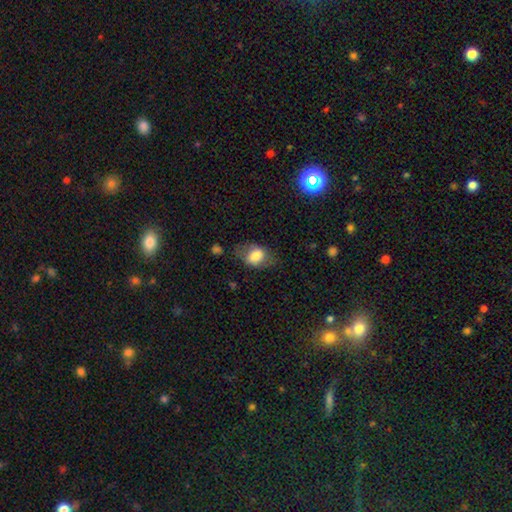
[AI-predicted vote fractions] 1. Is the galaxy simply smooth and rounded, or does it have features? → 72% smooth, 20% featured or disk, 8% star or artifact.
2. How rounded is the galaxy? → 77% in between, 21% round, 2% cigar-shaped.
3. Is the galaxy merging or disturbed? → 61% none, 24% minor disturbance, 13% major disturbance, 2% merger.